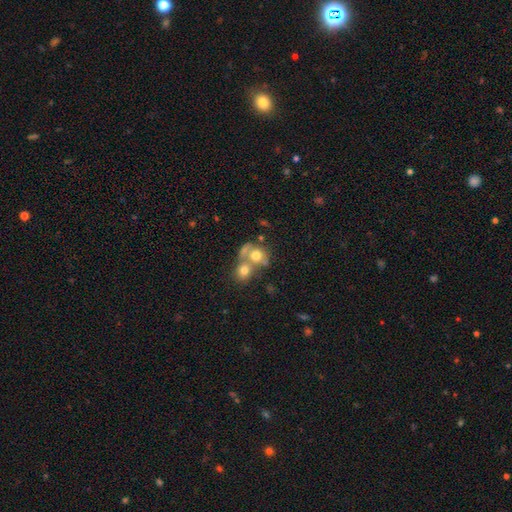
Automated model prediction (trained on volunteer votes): This is likely a smooth galaxy (67%). How rounded: likely round (72%). Merging: possibly merger (60%).